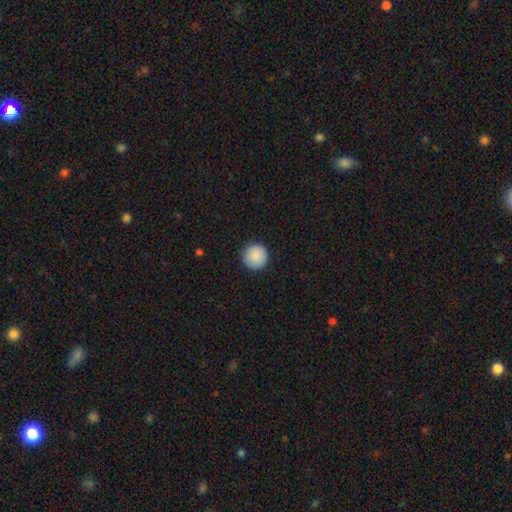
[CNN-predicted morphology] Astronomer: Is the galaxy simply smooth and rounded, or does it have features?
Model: smooth — 89%.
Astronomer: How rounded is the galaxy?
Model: round — 96%.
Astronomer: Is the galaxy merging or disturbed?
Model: none — 91%.